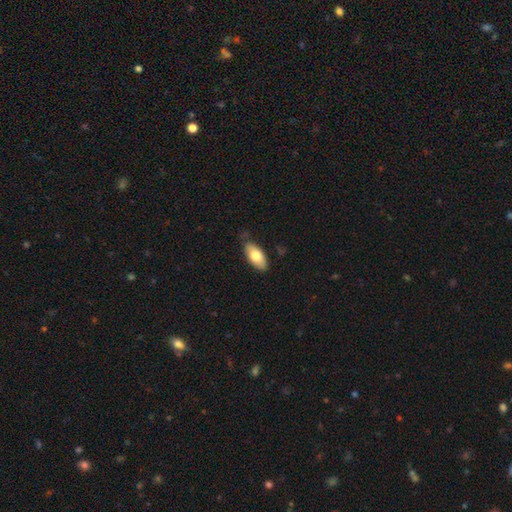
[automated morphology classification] smooth_or_featured: smooth (p=0.75) [alt: featured or disk p=0.19]
how_rounded: in between (p=0.90) [alt: cigar-shaped p=0.07]
merging: none (p=0.76) [alt: minor disturbance p=0.19]